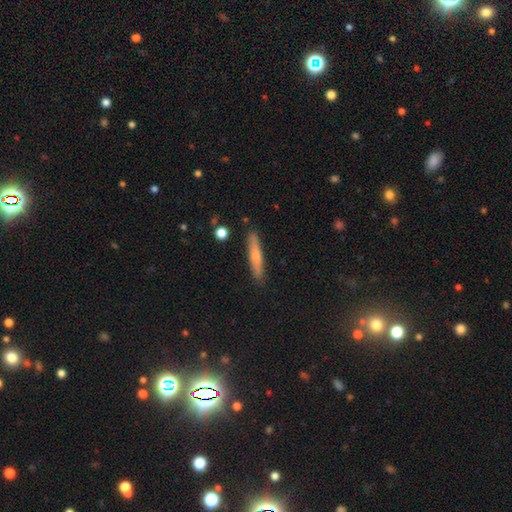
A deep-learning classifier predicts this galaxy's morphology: type=smooth (66%); roundness=cigar-shaped (91%); merging=none (88%).